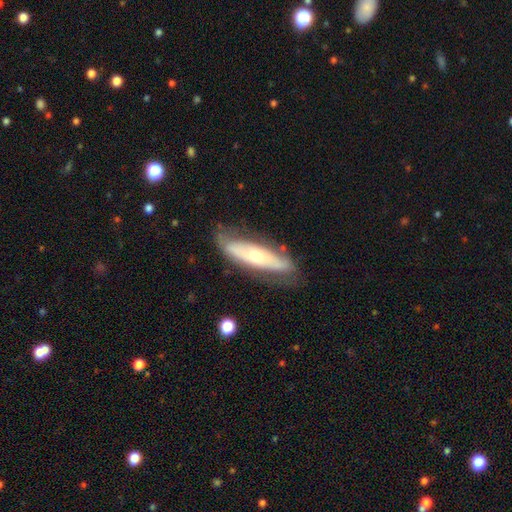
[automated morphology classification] Smooth or featured? featured or disk (54%)
Edge-on disk? no (55%)
Merging? none (70%)